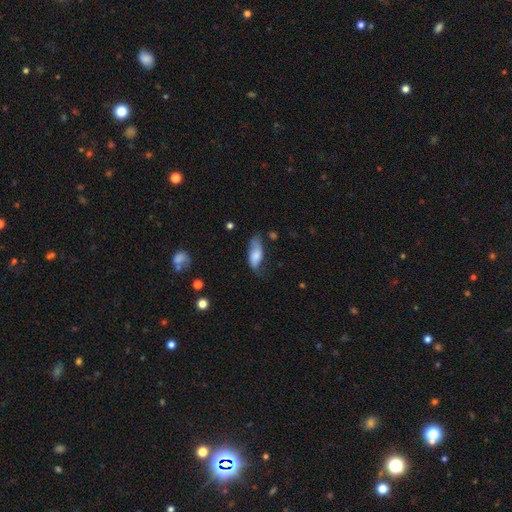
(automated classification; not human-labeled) Smooth or featured?
  - smooth: 65% *
  - featured or disk: 28%
  - star or artifact: 7%
How rounded?
  - in between: 80% *
  - cigar-shaped: 17%
  - round: 3%
Merging?
  - none: 49% *
  - minor disturbance: 34%
  - major disturbance: 14%
  - merger: 3%